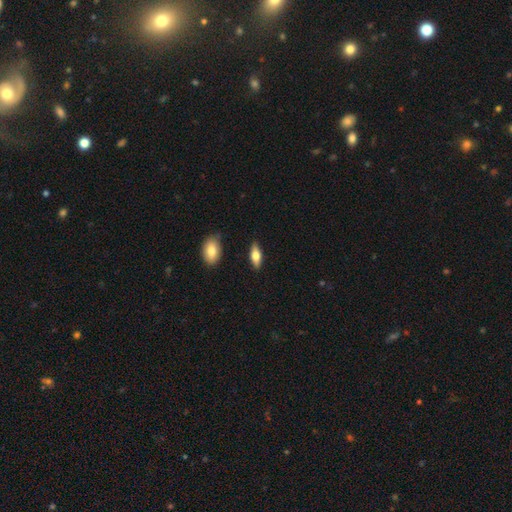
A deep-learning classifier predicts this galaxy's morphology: Overall: smooth (64%; featured or disk 29%). How rounded: in between (71%). Merging: none (85%).